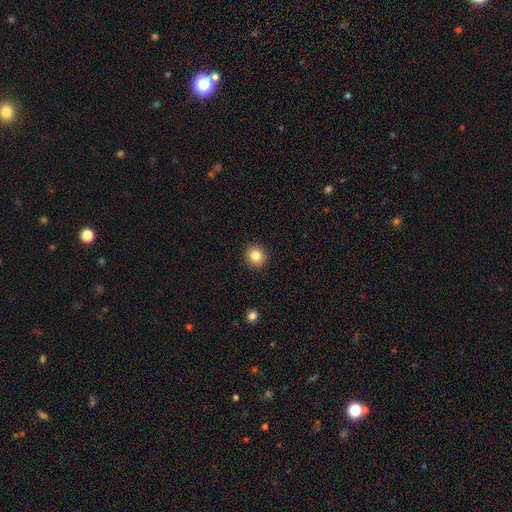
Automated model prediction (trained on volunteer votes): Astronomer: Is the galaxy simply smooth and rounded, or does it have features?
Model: smooth — 83%.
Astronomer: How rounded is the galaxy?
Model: round — 91%.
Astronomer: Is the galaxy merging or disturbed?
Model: none — 92%.